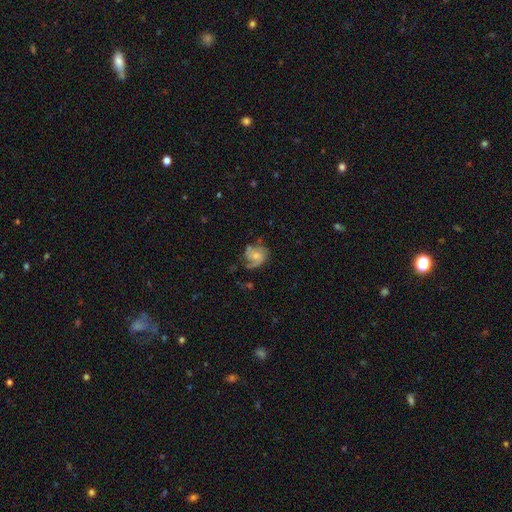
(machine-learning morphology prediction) A featured or disk galaxy (66%) with no bar (68%), 2 (50%) medium (44%) spiral arms (89%) and a small central bulge (47%). Merging: none (54%).